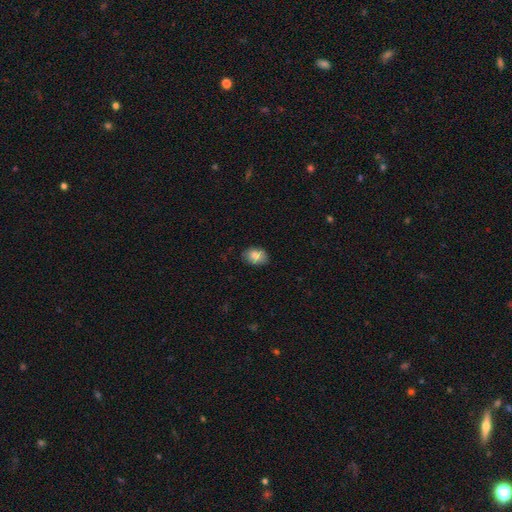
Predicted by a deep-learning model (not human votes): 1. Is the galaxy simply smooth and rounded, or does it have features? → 84% smooth, 9% featured or disk, 8% star or artifact.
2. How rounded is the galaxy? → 75% in between, 24% round, 1% cigar-shaped.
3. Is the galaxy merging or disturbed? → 81% none, 16% minor disturbance, 3% major disturbance, 1% merger.